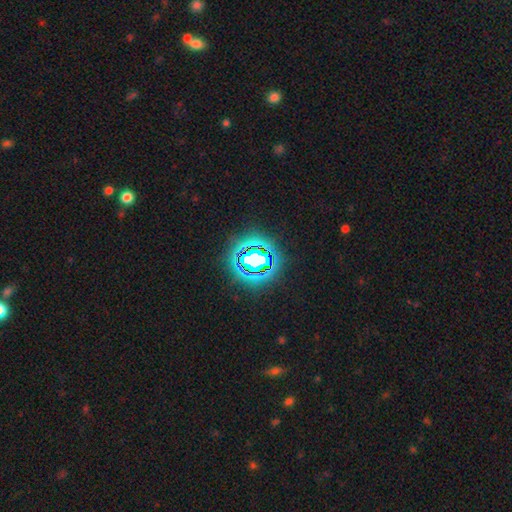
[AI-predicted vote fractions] The model was most divided on "smooth or featured": star or artifact: 74%, smooth: 15%, featured or disk: 12%.